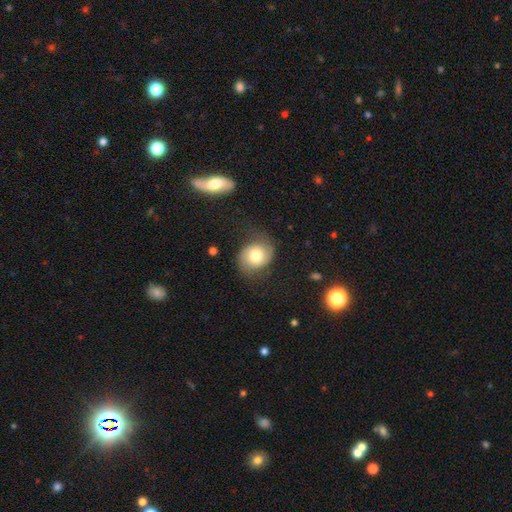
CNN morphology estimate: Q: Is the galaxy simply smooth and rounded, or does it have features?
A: featured or disk — 47%.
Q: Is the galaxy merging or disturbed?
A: none — 65%.